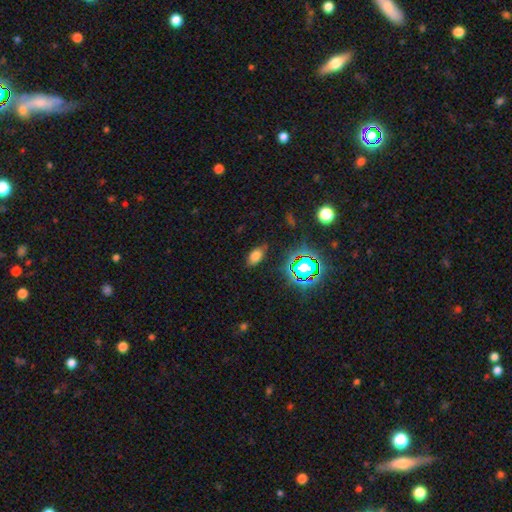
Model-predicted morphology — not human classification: A smooth galaxy with no disk features (68%) that is in between round and cigar-shaped (88%).

Vote fractions:
- Smooth or featured? smooth: 68% / star or artifact: 22% / featured or disk: 10%
- How rounded? in between: 88% / round: 7% / cigar-shaped: 5%
- Merging? none: 80% / minor disturbance: 14% / major disturbance: 4% / merger: 2%